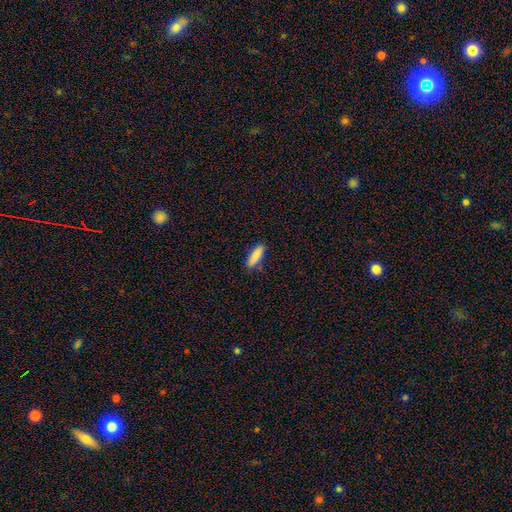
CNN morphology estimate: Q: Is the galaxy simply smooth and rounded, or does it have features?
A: smooth — 87%.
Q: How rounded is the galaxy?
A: cigar-shaped — 53%.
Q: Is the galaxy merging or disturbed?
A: none — 81%.